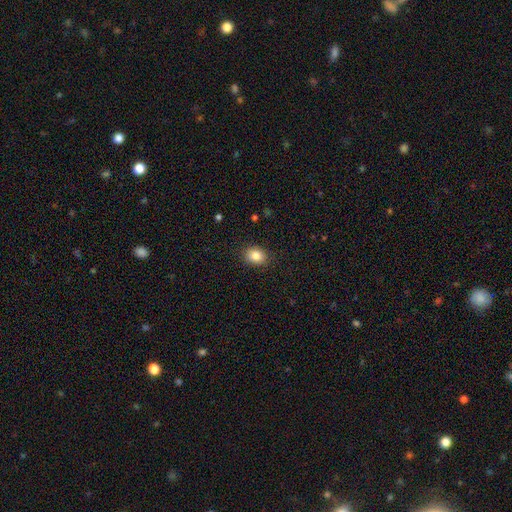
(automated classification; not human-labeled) Smooth or featured?
  - smooth: 85% *
  - star or artifact: 9%
  - featured or disk: 6%
How rounded?
  - in between: 61% *
  - round: 38%
  - cigar-shaped: 1%
Merging?
  - none: 87% *
  - minor disturbance: 9%
  - major disturbance: 2%
  - merger: 1%